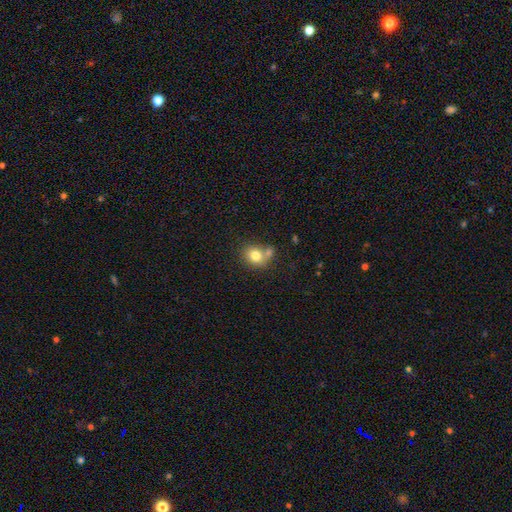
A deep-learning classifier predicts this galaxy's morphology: Smooth or featured: smooth — 79% (featured or disk — 12%)
How rounded: round — 65% (in between — 34%)
Merging: none — 49% (merger — 33%)